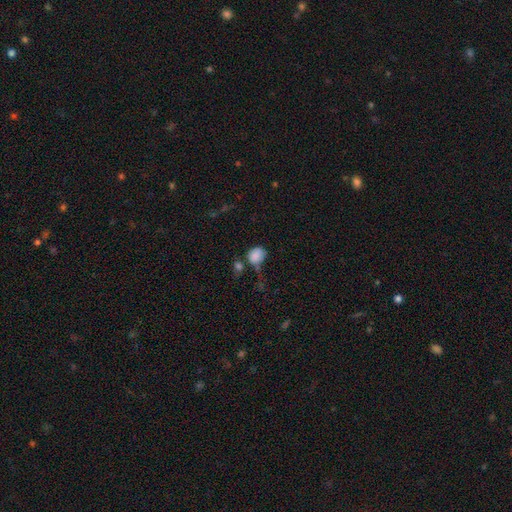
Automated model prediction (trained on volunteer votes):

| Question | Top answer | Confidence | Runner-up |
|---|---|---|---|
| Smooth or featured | smooth | 84% | star or artifact (10%) |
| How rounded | round | 58% | in between (41%) |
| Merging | none | 45% | minor disturbance (26%) |